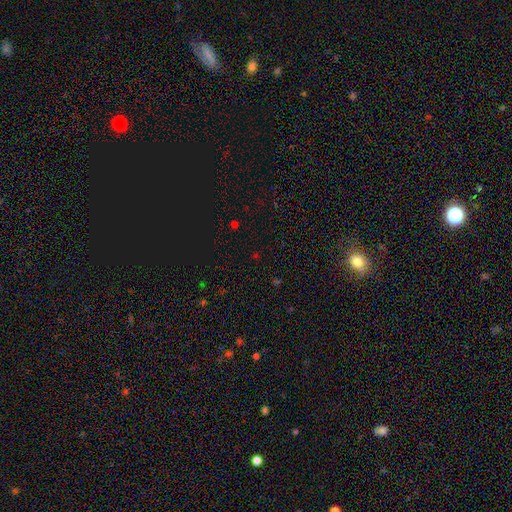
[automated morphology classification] A star or artifact, not a galaxy (62%).

Vote fractions:
- Smooth or featured? star or artifact: 62% / smooth: 31% / featured or disk: 7%